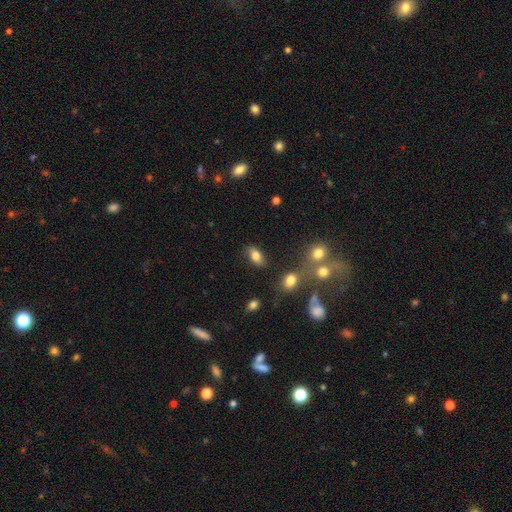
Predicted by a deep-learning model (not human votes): Smooth or featured? smooth (79%)
How rounded? in between (87%)
Merging? none (79%)